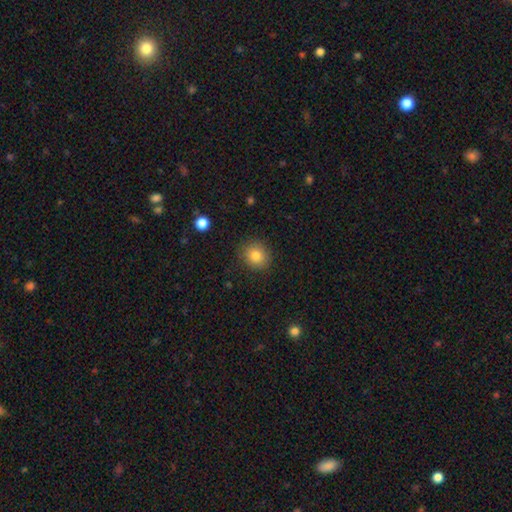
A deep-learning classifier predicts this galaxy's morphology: This appears to be a smooth galaxy with no disk features (83%) that is round (79%). Merging: none (87%).